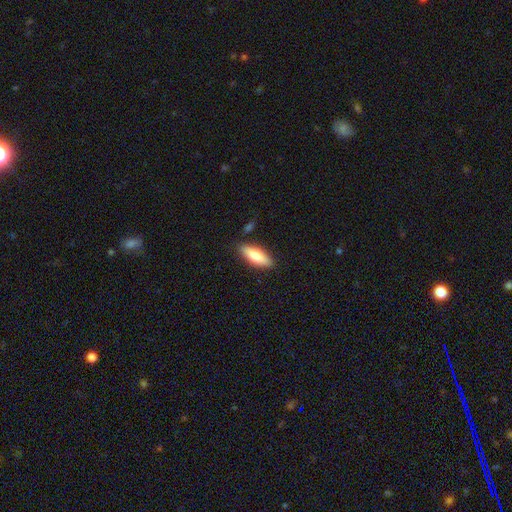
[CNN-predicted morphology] smooth-or-featured: smooth: 77% | featured or disk: 17% | star or artifact: 6%
  how-rounded: in between: 63% | cigar-shaped: 35% | round: 2%
  merging: none: 85% | minor disturbance: 11% | merger: 3% | major disturbance: 2%